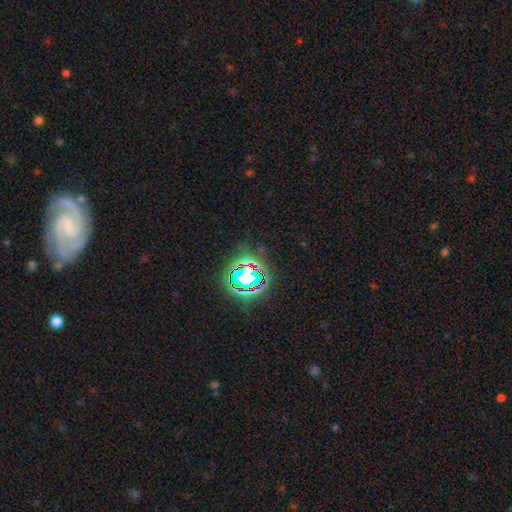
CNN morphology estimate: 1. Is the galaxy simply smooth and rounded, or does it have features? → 74% star or artifact, 14% smooth, 12% featured or disk.